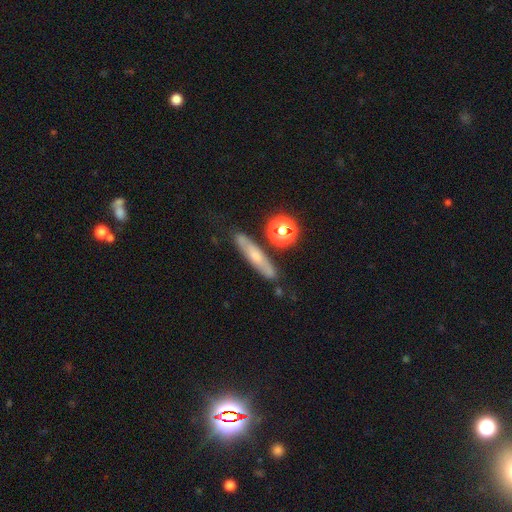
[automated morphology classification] The model was most divided on "smooth or featured": smooth: 44%, featured or disk: 42%, star or artifact: 14%. More confident: merging — none (77%).